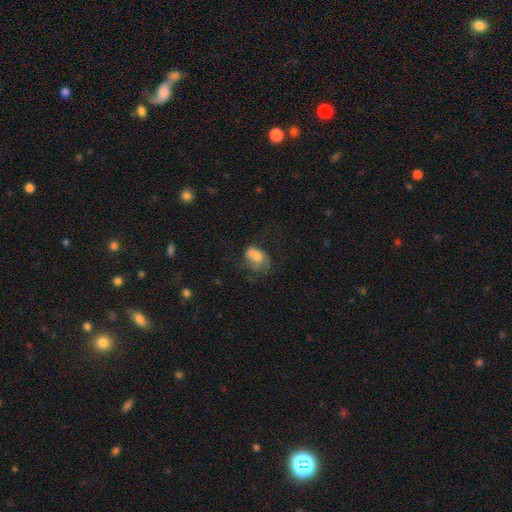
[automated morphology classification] The model was most divided on "merging": none: 32%, minor disturbance: 28%, major disturbance: 27%, merger: 13%. More confident: how rounded — in between (77%); smooth or featured — smooth (67%).